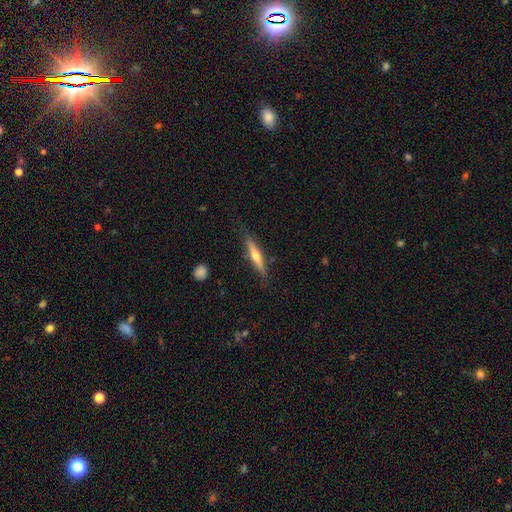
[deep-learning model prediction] smooth_or_featured: featured or disk (p=0.54) [alt: smooth p=0.40]
disk_edge_on: yes (p=0.95) [alt: no p=0.05]
edge_on_bulge: rounded (p=0.84) [alt: none p=0.12]
merging: none (p=0.84) [alt: minor disturbance p=0.12]